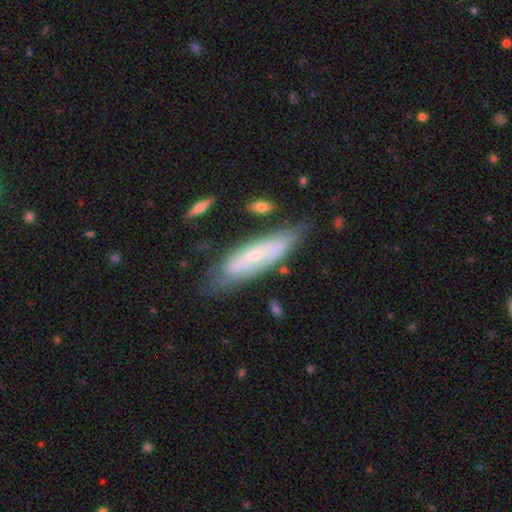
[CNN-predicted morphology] Overall: featured or disk (56%; smooth 38%). Edge-on disk: no (68%; yes 32%). Merging: none (66%).